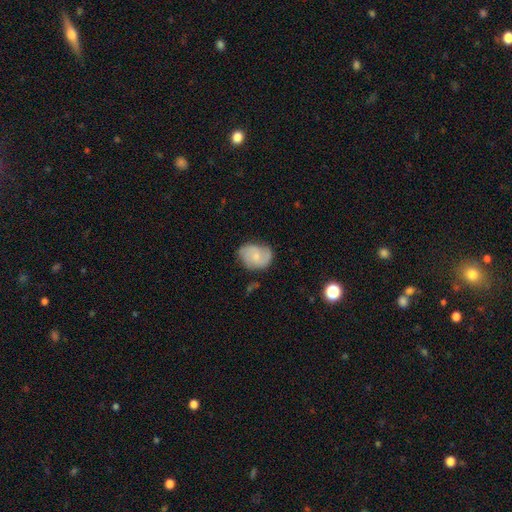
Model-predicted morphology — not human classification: The model was most divided on "smooth or featured": featured or disk: 53%, smooth: 40%, star or artifact: 7%. More confident: edge-on disk — no (97%); spiral arms — yes (86%); bar — no (64%); merging — none (61%); bulge size — small (56%).